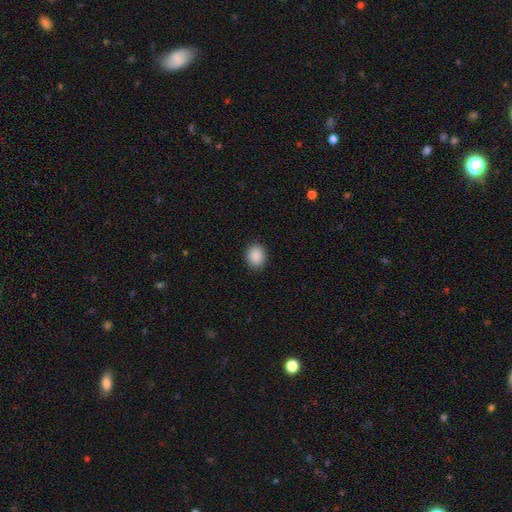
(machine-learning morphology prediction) This is clearly a smooth galaxy (89%). How rounded: possibly round (58%). Merging: clearly none (90%).